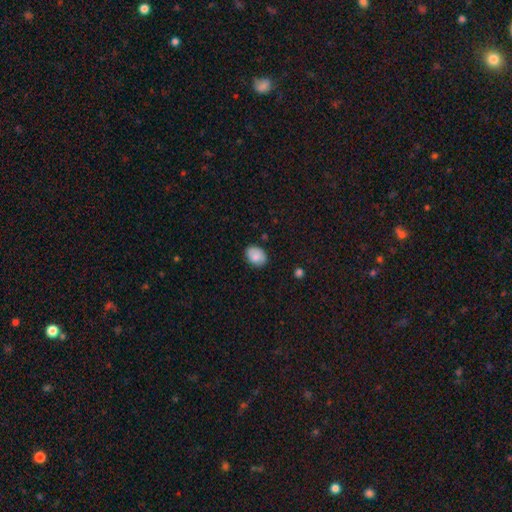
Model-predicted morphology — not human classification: Smooth or featured: smooth — 81% (featured or disk — 11%)
How rounded: in between — 67% (round — 32%)
Merging: none — 80% (minor disturbance — 16%)